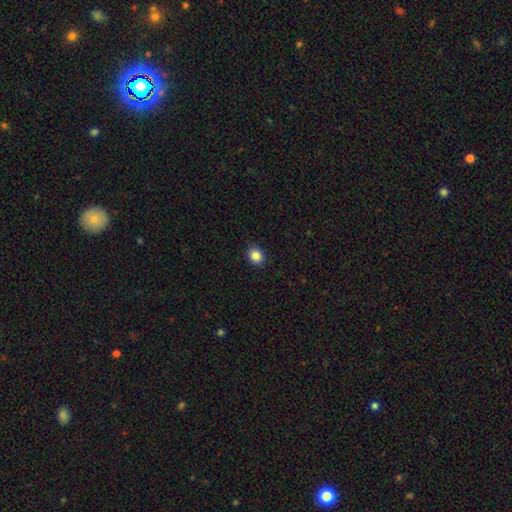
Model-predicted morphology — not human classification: type=smooth (85%); roundness=round (72%); merging=none (90%).